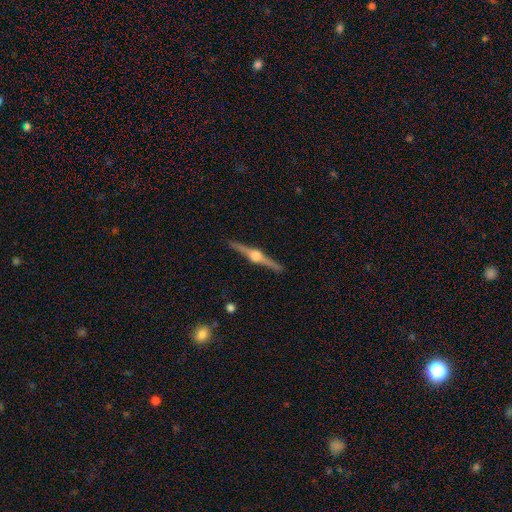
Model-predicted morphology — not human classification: Smooth or featured: featured or disk — 87% (smooth — 8%)
Edge-on disk: yes — 98% (no — 2%)
Edge-on bulge: rounded — 93% (boxy — 5%)
Merging: none — 91% (minor disturbance — 6%)